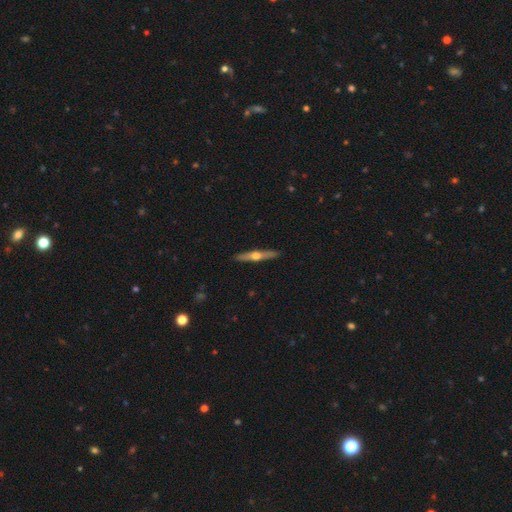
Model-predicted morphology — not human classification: Smooth or featured? featured or disk (65%)
Edge-on disk? yes (97%)
Edge-on bulge? rounded (94%)
Merging? none (92%)